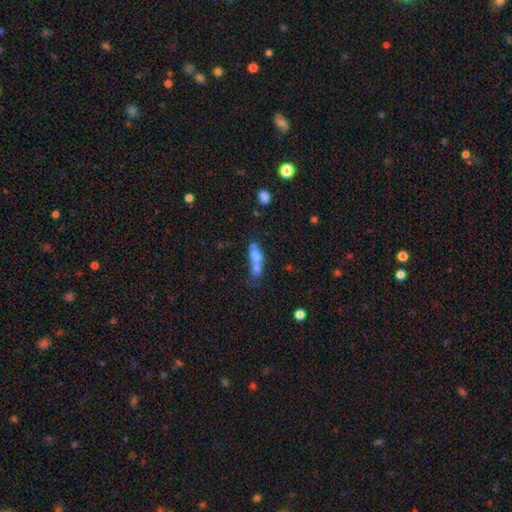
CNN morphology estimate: smooth 60%, featured or disk 29%, star or artifact 12%. Down the decision tree: how rounded — in between (49%); merging — merger (50%).